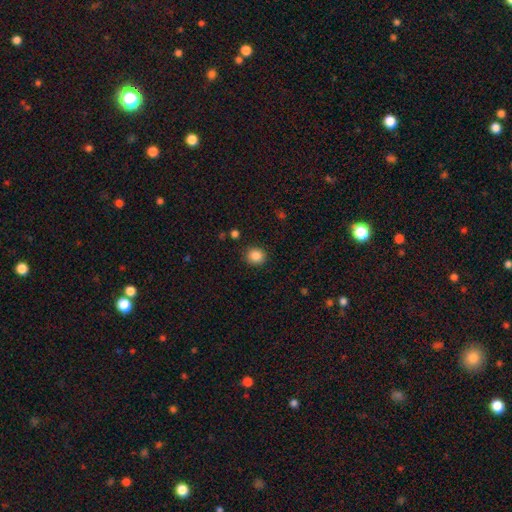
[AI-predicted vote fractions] Morphology: type=smooth (86%); roundness=round (86%); merging=none (90%).